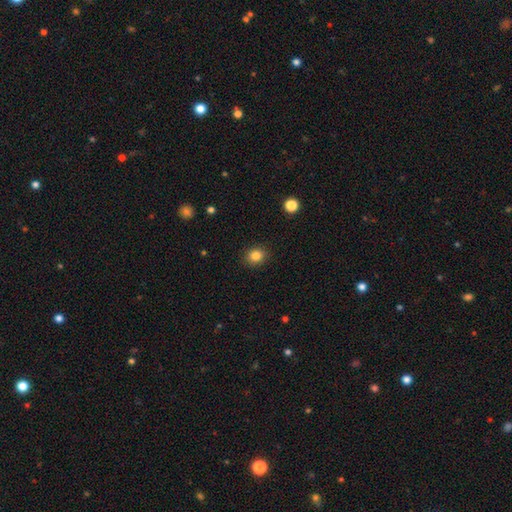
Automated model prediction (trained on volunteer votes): smooth-or-featured: smooth: 83% | star or artifact: 11% | featured or disk: 5%
  how-rounded: round: 71% | in between: 29% | cigar-shaped: 1%
  merging: none: 90% | minor disturbance: 7% | major disturbance: 2% | merger: 1%